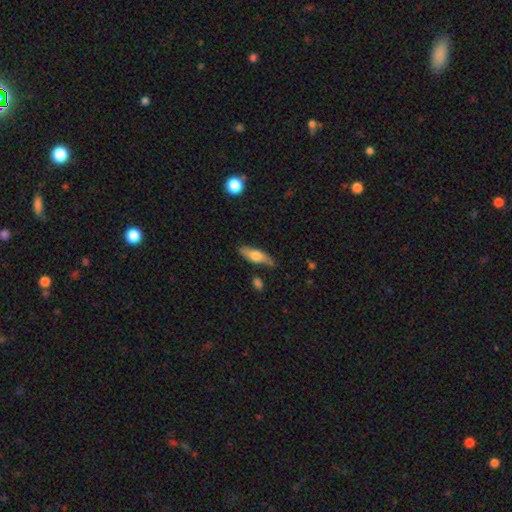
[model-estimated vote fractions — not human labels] This is possibly a smooth galaxy (54%). How rounded: possibly cigar-shaped (53%). Merging: likely none (77%).